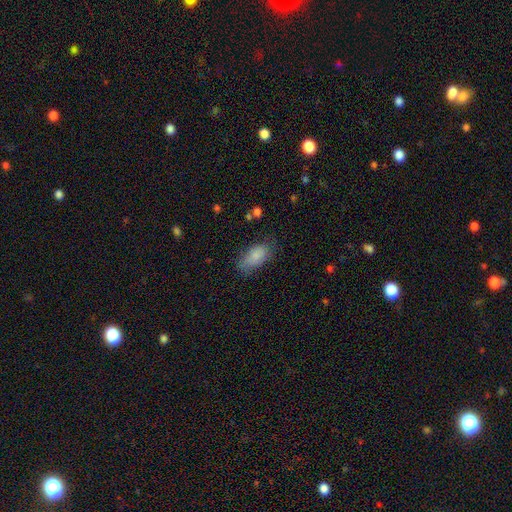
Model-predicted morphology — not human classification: Smooth or featured? Predicted: smooth (p=0.84). How rounded? Predicted: in between (p=0.91). Merging? Predicted: none (p=0.60).